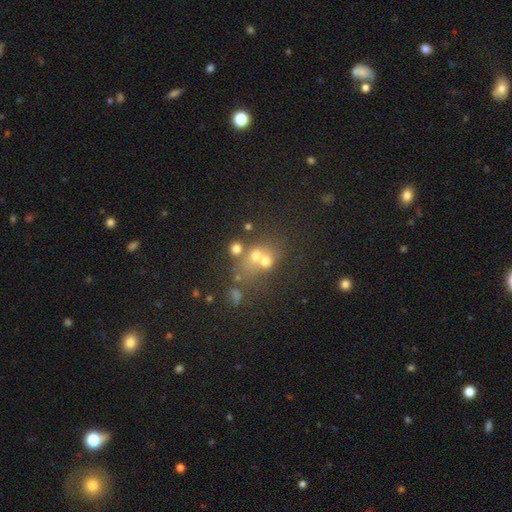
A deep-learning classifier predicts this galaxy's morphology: A smooth galaxy with no disk features (57%) that is round (68%).

Vote fractions:
- Smooth or featured? smooth: 57% / featured or disk: 23% / star or artifact: 20%
- How rounded? round: 68% / in between: 30% / cigar-shaped: 1%
- Merging? merger: 51% / none: 32% / minor disturbance: 9% / major disturbance: 8%